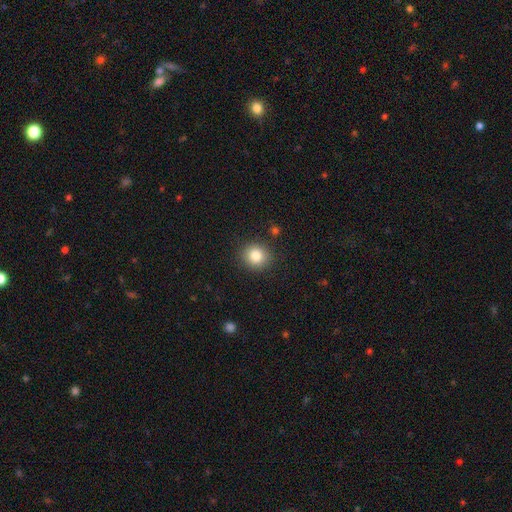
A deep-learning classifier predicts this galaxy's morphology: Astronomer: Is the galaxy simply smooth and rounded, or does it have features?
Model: smooth — 83%.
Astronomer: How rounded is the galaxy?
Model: round — 87%.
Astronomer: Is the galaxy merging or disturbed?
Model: none — 88%.